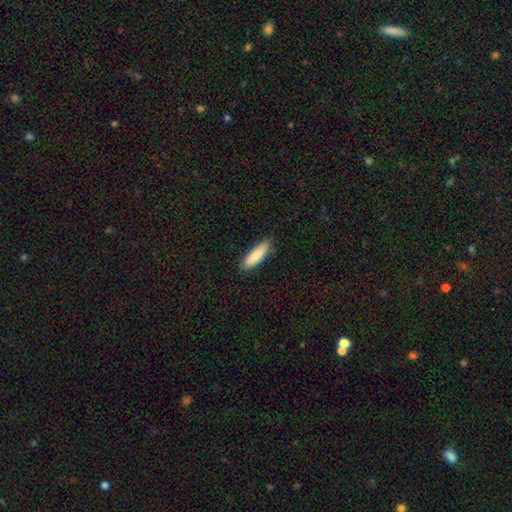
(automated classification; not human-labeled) smooth-or-featured: smooth: 85% | featured or disk: 9% | star or artifact: 6%
  how-rounded: cigar-shaped: 55% | in between: 43% | round: 1%
  merging: none: 86% | minor disturbance: 11% | major disturbance: 2% | merger: 1%